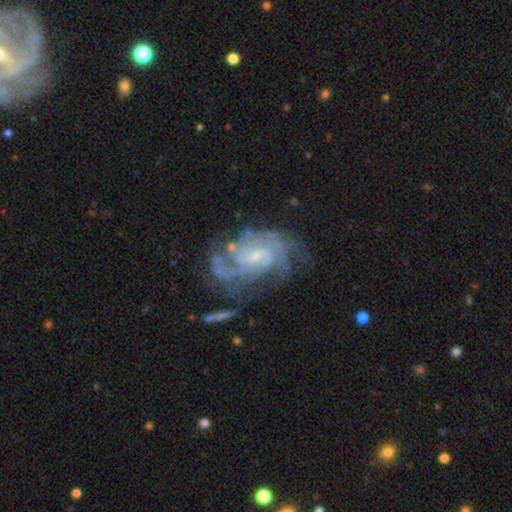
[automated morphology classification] smooth_or_featured: featured or disk (p=0.89) [alt: star or artifact p=0.06]
disk_edge_on: no (p=0.98) [alt: yes p=0.02]
bar: no (p=0.52) [alt: weak p=0.40]
has_spiral_arms: yes (p=0.95) [alt: no p=0.05]
spiral_winding: tight (p=0.49) [alt: medium p=0.40]
spiral_arm_count: can't tell (p=0.29) [alt: 3 p=0.22]
bulge_size: small (p=0.66) [alt: moderate p=0.26]
merging: none (p=0.58) [alt: minor disturbance p=0.21]